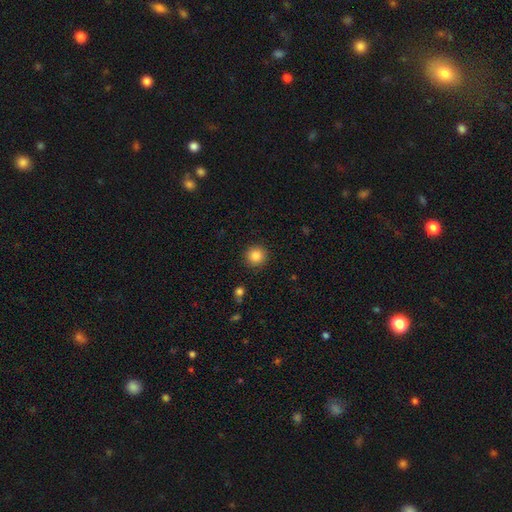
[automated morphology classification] smooth_or_featured: smooth (p=0.86) [alt: star or artifact p=0.10]
how_rounded: round (p=0.94) [alt: in between p=0.05]
merging: none (p=0.91) [alt: minor disturbance p=0.05]